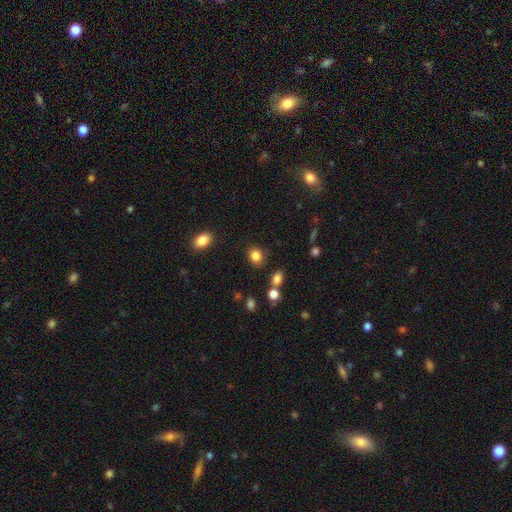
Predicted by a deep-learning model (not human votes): smooth 85%, star or artifact 11%, featured or disk 5%. Down the decision tree: how rounded — round (65%); merging — none (83%).